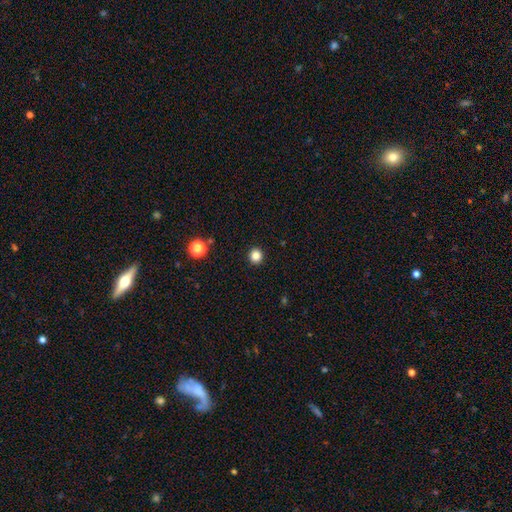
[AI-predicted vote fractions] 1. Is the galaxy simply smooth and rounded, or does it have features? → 84% smooth, 12% star or artifact, 4% featured or disk.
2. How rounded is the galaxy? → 92% round, 7% in between, 1% cigar-shaped.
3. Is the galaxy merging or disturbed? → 93% none, 4% minor disturbance, 2% major disturbance, 1% merger.